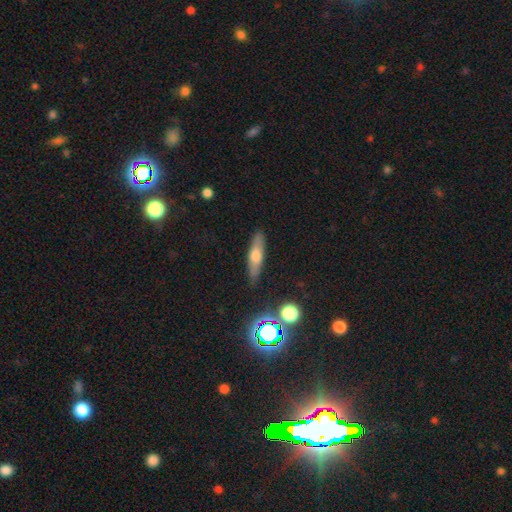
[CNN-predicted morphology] smooth_or_featured: smooth (p=0.51) [alt: featured or disk p=0.39]
how_rounded: cigar-shaped (p=0.70) [alt: in between p=0.26]
merging: none (p=0.87) [alt: minor disturbance p=0.09]